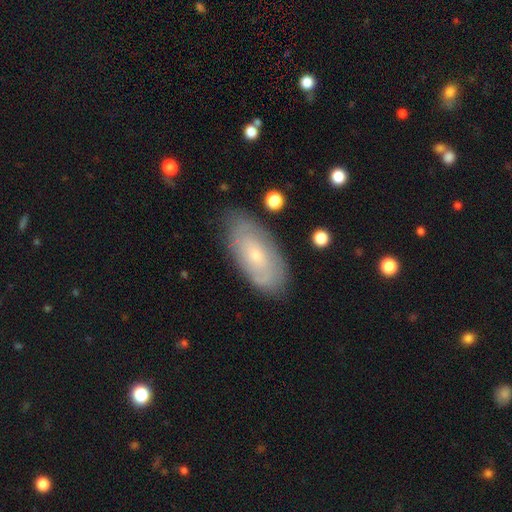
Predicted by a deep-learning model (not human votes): This is possibly a featured or disk galaxy (52%). It is clearly not viewed edge-on (88%). Merging: likely none (77%).